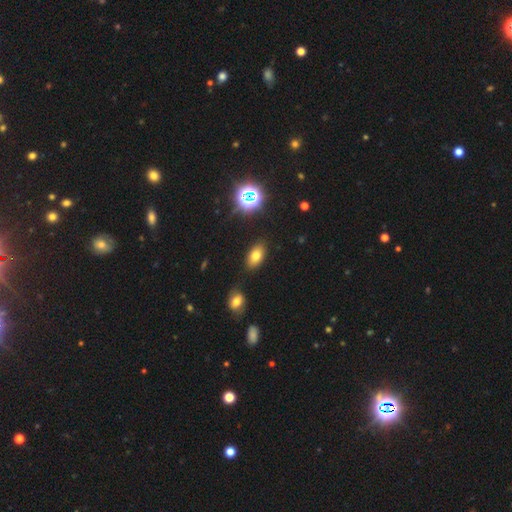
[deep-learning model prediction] Q: Smooth or featured?
A: smooth (72%); runner-up: star or artifact (16%)
Q: How rounded?
A: in between (89%); runner-up: round (8%)
Q: Merging?
A: none (84%); runner-up: minor disturbance (10%)